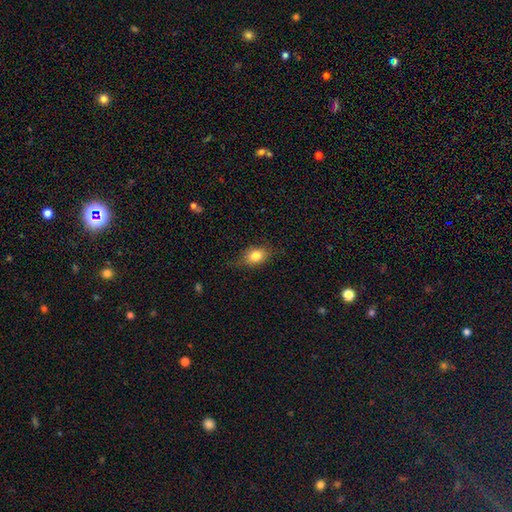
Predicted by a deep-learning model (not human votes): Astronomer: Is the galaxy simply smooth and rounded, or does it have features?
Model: smooth — 78%.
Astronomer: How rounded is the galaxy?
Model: in between — 69%.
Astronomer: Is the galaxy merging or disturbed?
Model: none — 70%.